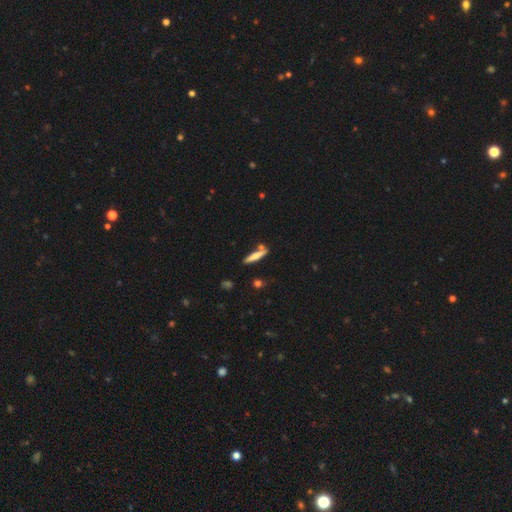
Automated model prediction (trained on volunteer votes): This is likely a smooth galaxy (64%). How rounded: clearly cigar-shaped (89%). Merging: likely none (72%).